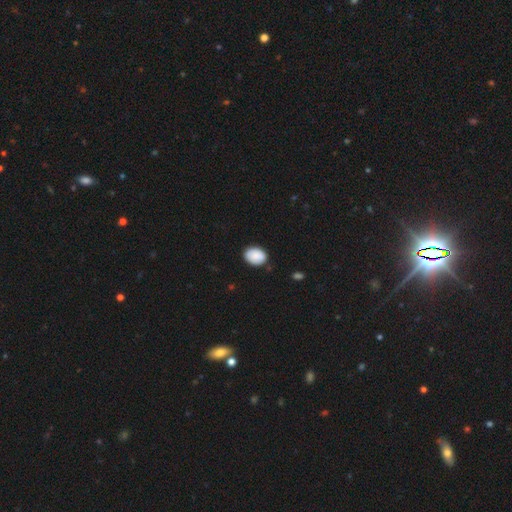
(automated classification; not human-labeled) A smooth galaxy with no disk features (89%) that is in between round and cigar-shaped (69%).

Vote fractions:
- Smooth or featured? smooth: 89% / star or artifact: 7% / featured or disk: 5%
- How rounded? in between: 69% / round: 31% / cigar-shaped: 1%
- Merging? none: 81% / minor disturbance: 15% / major disturbance: 3% / merger: 1%